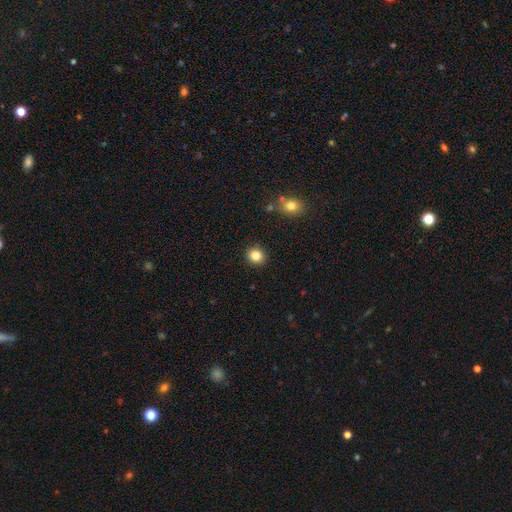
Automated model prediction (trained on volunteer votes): The model was most divided on "smooth or featured": smooth: 84%, star or artifact: 11%, featured or disk: 6%. More confident: merging — none (92%); how rounded — round (87%).